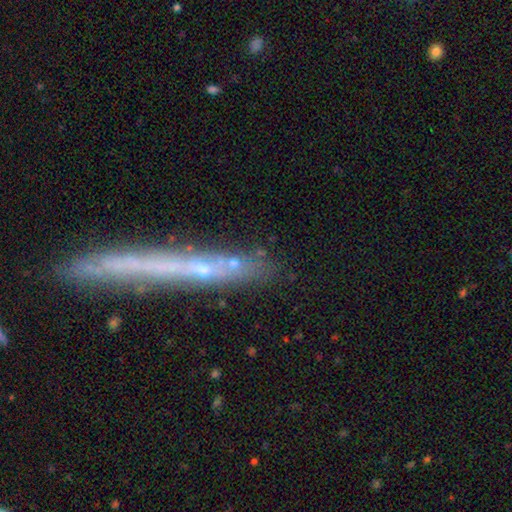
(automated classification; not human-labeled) Smooth or featured? Predicted: featured or disk (p=0.51). Edge-on disk? Predicted: yes (p=0.70). Merging? Predicted: none (p=0.69).